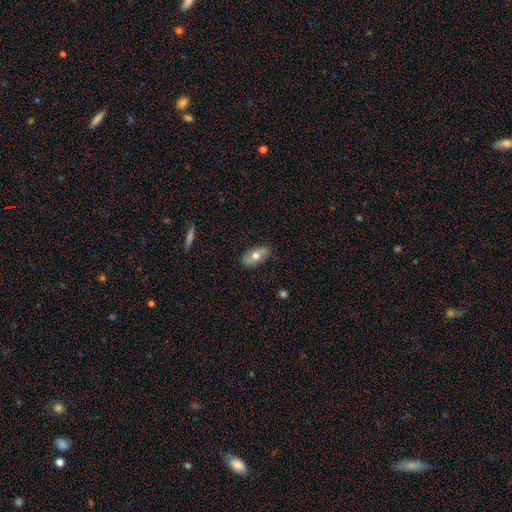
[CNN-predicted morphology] This appears to be a smooth galaxy with no disk features (60%) that is in between round and cigar-shaped (85%). Merging: none (82%).